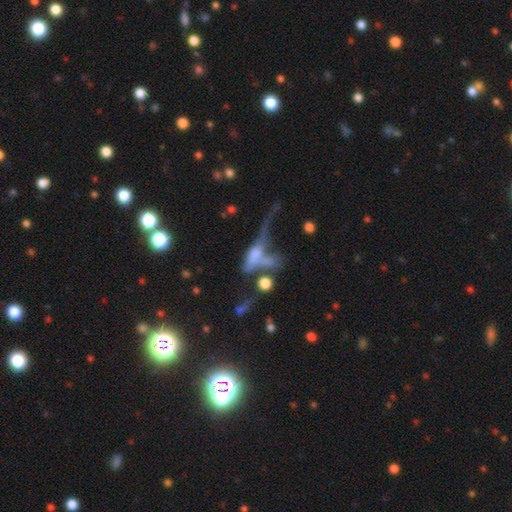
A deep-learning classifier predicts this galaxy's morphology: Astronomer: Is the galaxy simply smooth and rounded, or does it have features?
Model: smooth — 48% (runner-up: featured or disk, 39%).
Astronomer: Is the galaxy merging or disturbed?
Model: merger — 36% (runner-up: major disturbance, 33%).